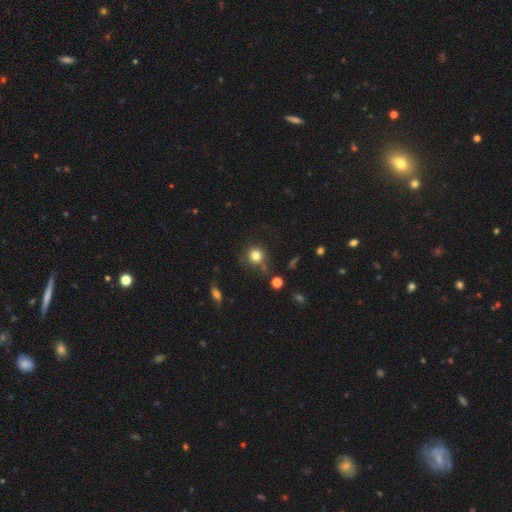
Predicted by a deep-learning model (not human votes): Smooth or featured? Predicted: smooth (p=0.80). How rounded? Predicted: round (p=0.92). Merging? Predicted: none (p=0.73).